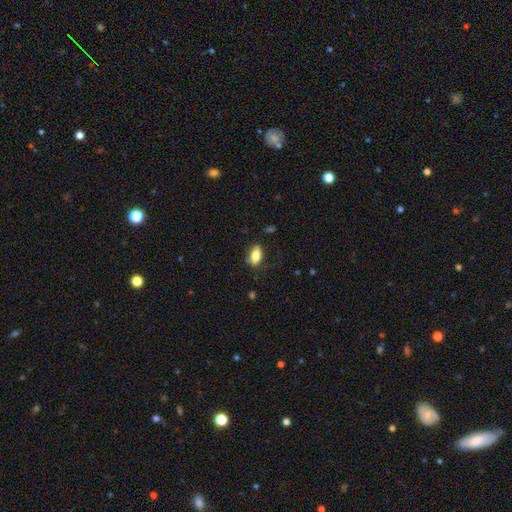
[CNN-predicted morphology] smooth-or-featured: smooth: 81% | featured or disk: 12% | star or artifact: 8%
  how-rounded: in between: 86% | cigar-shaped: 9% | round: 5%
  merging: none: 72% | minor disturbance: 21% | major disturbance: 6% | merger: 2%